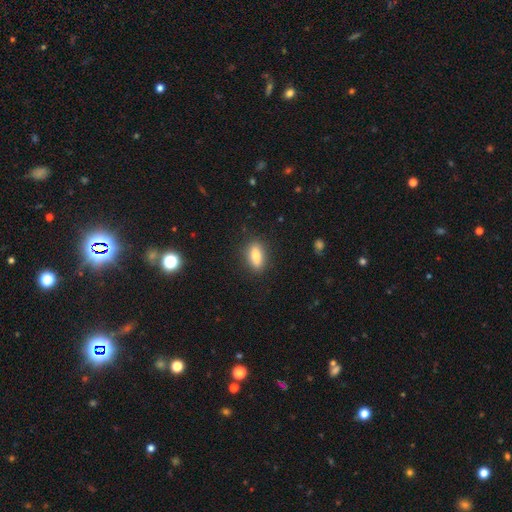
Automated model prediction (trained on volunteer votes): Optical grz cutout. It shows a smooth galaxy with no disk features (76%) that is in between round and cigar-shaped (78%). Merging: none (86%).